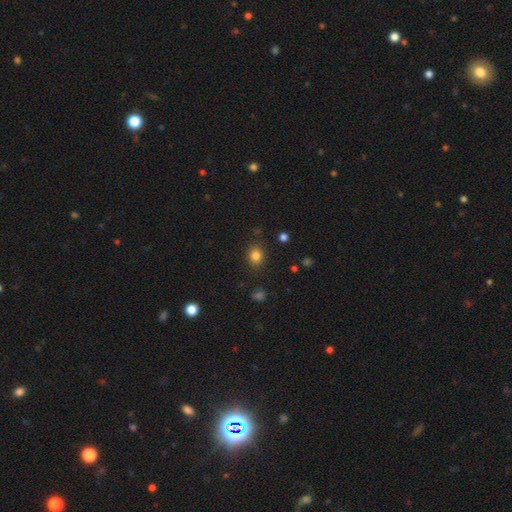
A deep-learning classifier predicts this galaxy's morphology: Smooth or featured: smooth — 82% (star or artifact — 12%)
How rounded: round — 58% (in between — 41%)
Merging: none — 85% (minor disturbance — 10%)